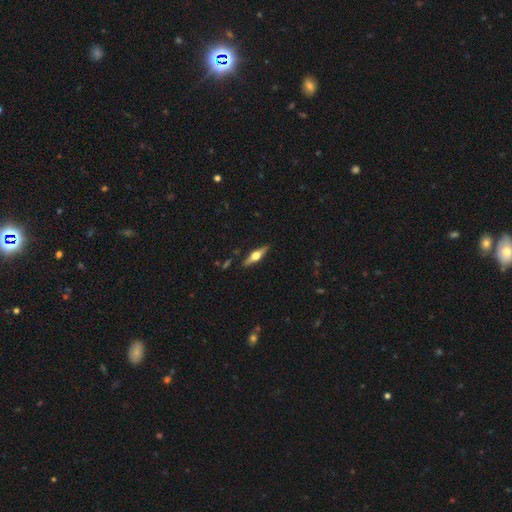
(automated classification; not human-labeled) smooth-or-featured: featured or disk: 69% | smooth: 25% | star or artifact: 6%
  disk-edge-on: yes: 97% | no: 3%
    edge-on-bulge: rounded: 94% | boxy: 4% | none: 2%
  merging: none: 89% | minor disturbance: 8% | major disturbance: 2% | merger: 1%